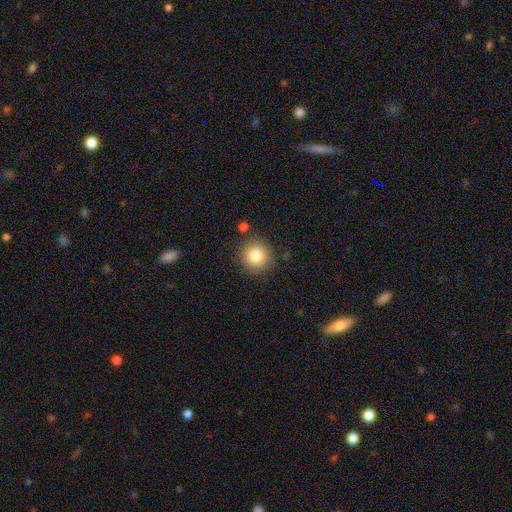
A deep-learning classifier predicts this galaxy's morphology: smooth-or-featured: smooth: 83% | star or artifact: 10% | featured or disk: 7%
  how-rounded: round: 94% | in between: 5% | cigar-shaped: 1%
  merging: none: 86% | minor disturbance: 8% | merger: 3% | major disturbance: 3%